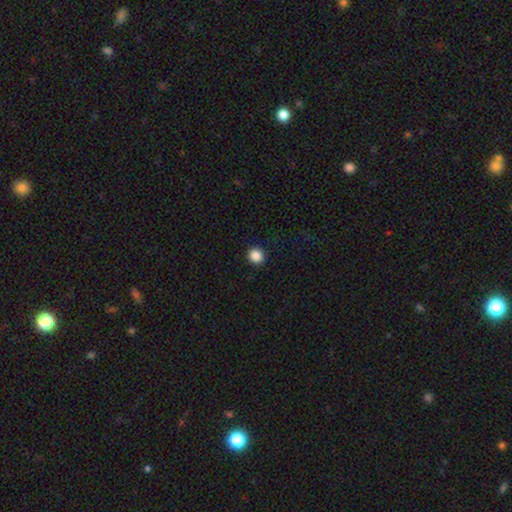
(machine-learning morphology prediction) Smooth or featured?
  - smooth: 88% *
  - star or artifact: 10%
  - featured or disk: 2%
How rounded?
  - round: 91% *
  - in between: 8%
  - cigar-shaped: 1%
Merging?
  - none: 93% *
  - minor disturbance: 5%
  - major disturbance: 2%
  - merger: 1%